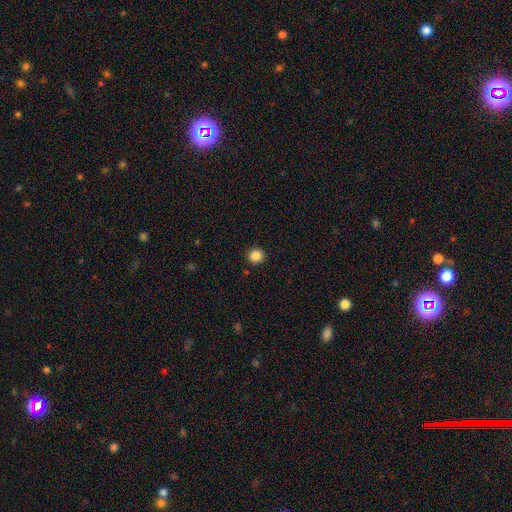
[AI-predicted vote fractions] Smooth or featured? smooth (86%)
How rounded? round (91%)
Merging? none (92%)